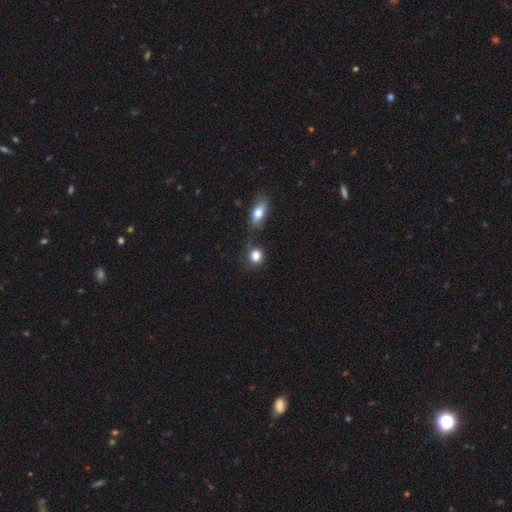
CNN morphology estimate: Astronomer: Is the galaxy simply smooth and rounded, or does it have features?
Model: smooth — 83%.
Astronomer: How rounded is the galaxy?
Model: round — 84%.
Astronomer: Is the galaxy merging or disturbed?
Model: none — 70%.